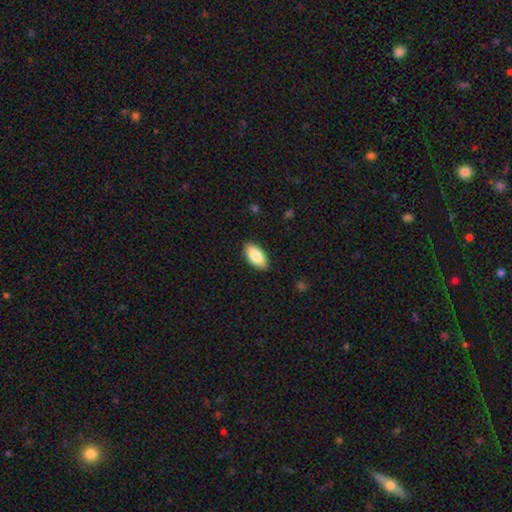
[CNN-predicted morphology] type=smooth (86%); roundness=in between (94%); merging=none (88%).